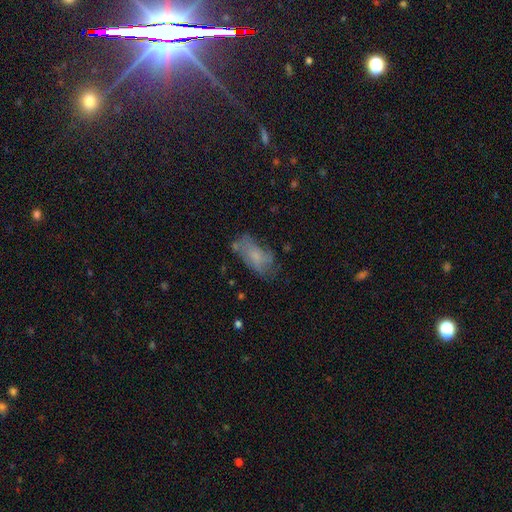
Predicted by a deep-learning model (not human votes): Q: Smooth or featured?
A: smooth (48%); runner-up: featured or disk (41%)
Q: Merging?
A: none (53%); runner-up: minor disturbance (27%)